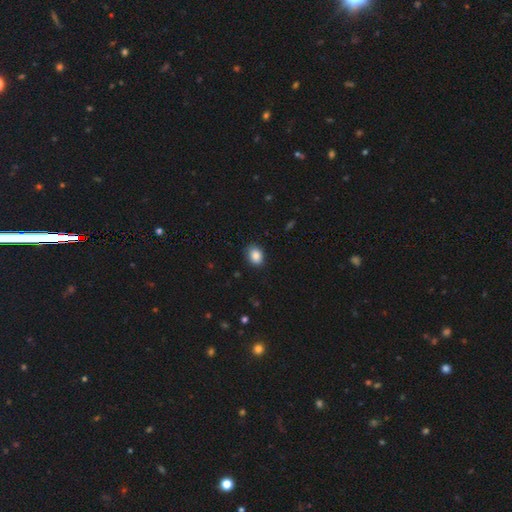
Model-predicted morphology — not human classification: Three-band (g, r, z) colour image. It shows a smooth galaxy with no disk features (87%) that is in between round and cigar-shaped (70%). Merging: none (85%).